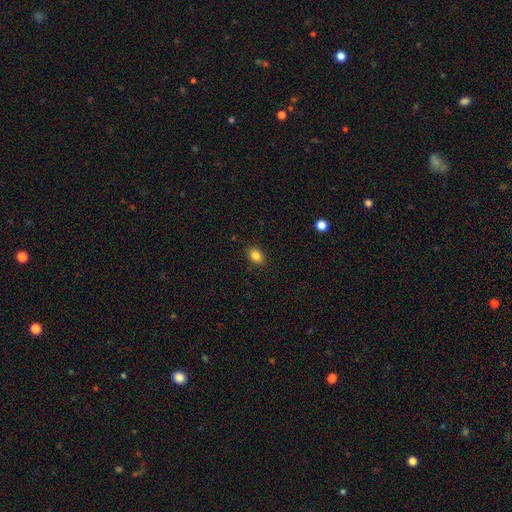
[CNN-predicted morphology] smooth-or-featured: smooth: 85% | star or artifact: 10% | featured or disk: 5%
  how-rounded: in between: 73% | round: 25% | cigar-shaped: 1%
  merging: none: 88% | minor disturbance: 9% | major disturbance: 2% | merger: 1%